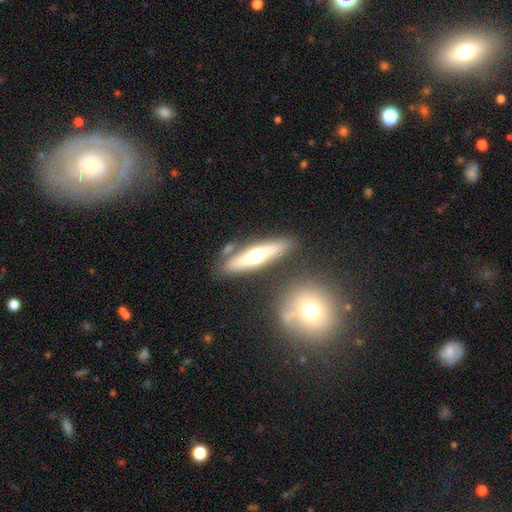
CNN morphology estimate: Smooth or featured? Predicted: featured or disk (p=0.53). Edge-on disk? Predicted: yes (p=0.89). Merging? Predicted: none (p=0.79).